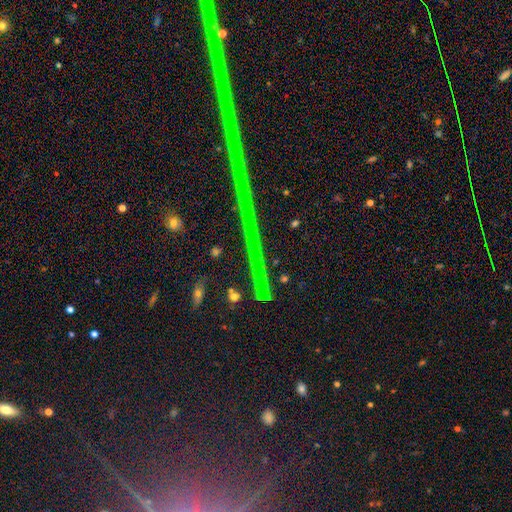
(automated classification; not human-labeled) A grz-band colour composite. It shows a star or artifact, not a galaxy (85%).